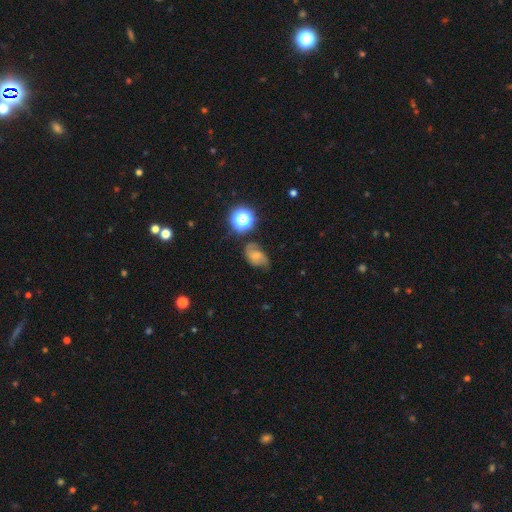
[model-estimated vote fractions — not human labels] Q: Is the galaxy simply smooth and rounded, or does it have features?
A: smooth — 42%, tied with featured or disk.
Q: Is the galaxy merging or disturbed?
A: none — 52%.